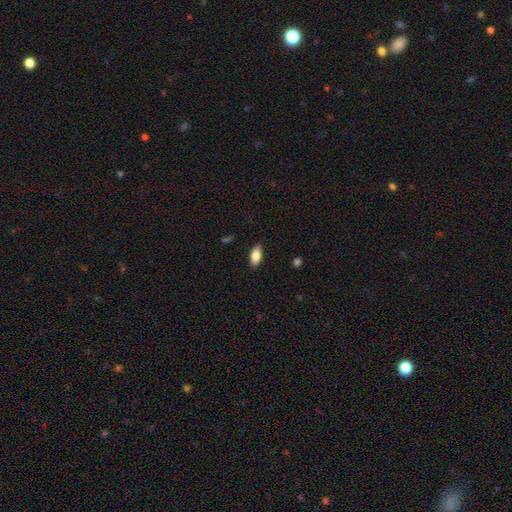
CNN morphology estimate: Smooth or featured? smooth (83%)
How rounded? in between (90%)
Merging? none (87%)